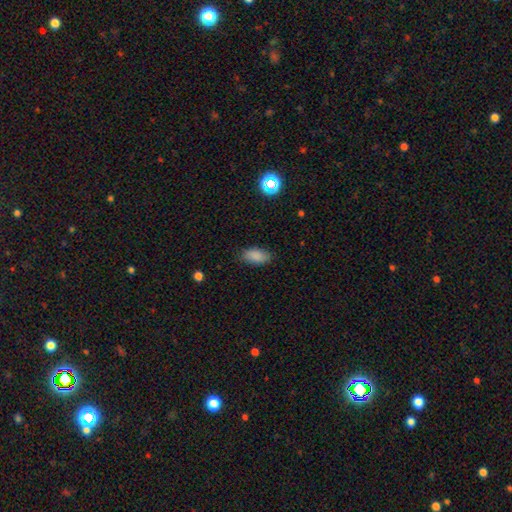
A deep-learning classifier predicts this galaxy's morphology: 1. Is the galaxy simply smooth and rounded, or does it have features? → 87% smooth, 9% star or artifact, 5% featured or disk.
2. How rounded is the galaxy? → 92% in between, 4% cigar-shaped, 4% round.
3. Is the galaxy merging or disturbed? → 81% none, 14% minor disturbance, 3% major disturbance, 1% merger.